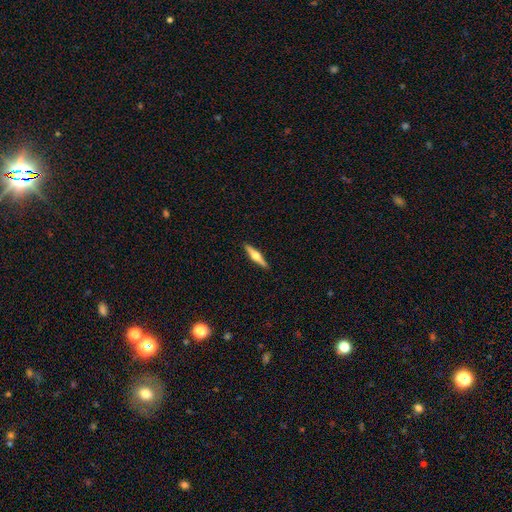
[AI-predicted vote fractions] featured or disk 64%, smooth 31%, star or artifact 5%. Down the decision tree: edge-on disk — yes (97%); edge-on bulge — rounded (94%); merging — none (91%).